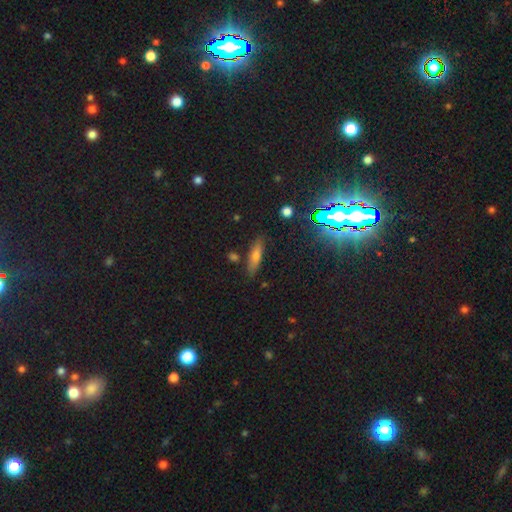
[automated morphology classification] A smooth galaxy with no disk features (67%) that is cigar-shaped (61%). Merging: none (82%).